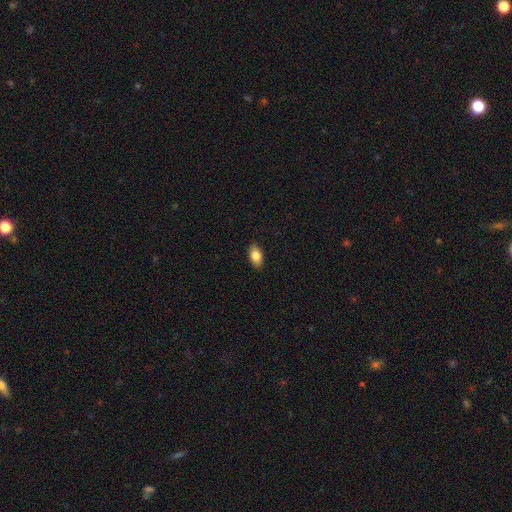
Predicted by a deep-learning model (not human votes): Smooth or featured? Predicted: smooth (p=0.84). How rounded? Predicted: in between (p=0.91). Merging? Predicted: none (p=0.89).